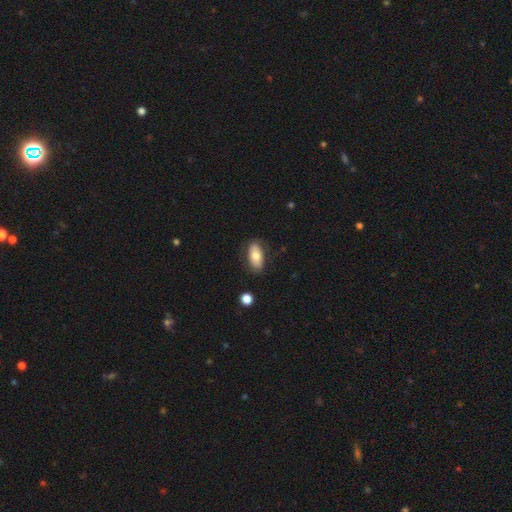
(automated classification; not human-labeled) This appears to be a smooth galaxy with no disk features (76%) that is in between round and cigar-shaped (89%). Merging: none (83%).